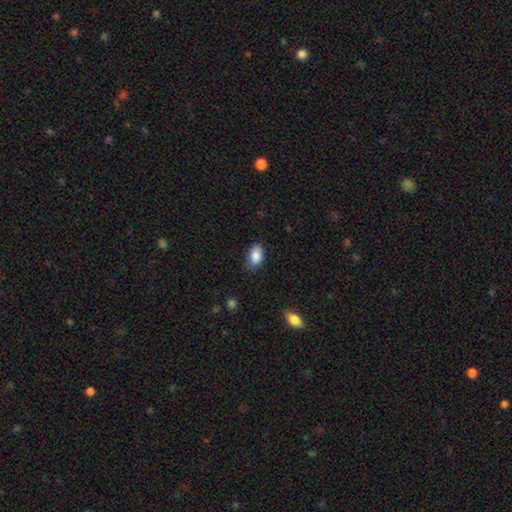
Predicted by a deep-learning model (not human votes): Smooth or featured? smooth (87%)
How rounded? in between (88%)
Merging? none (76%)